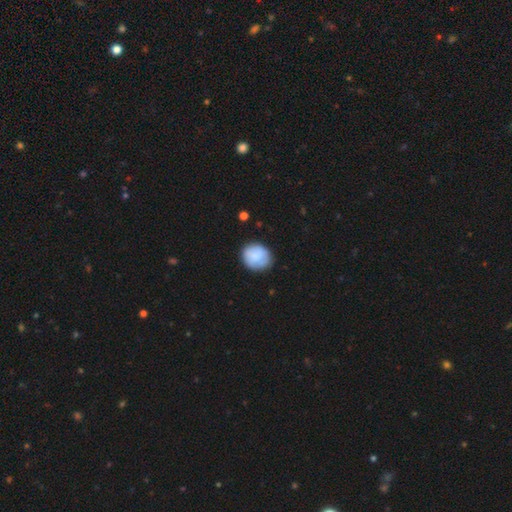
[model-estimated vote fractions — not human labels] smooth 82%, featured or disk 11%, star or artifact 6%. Down the decision tree: how rounded — round (76%); merging — none (77%).